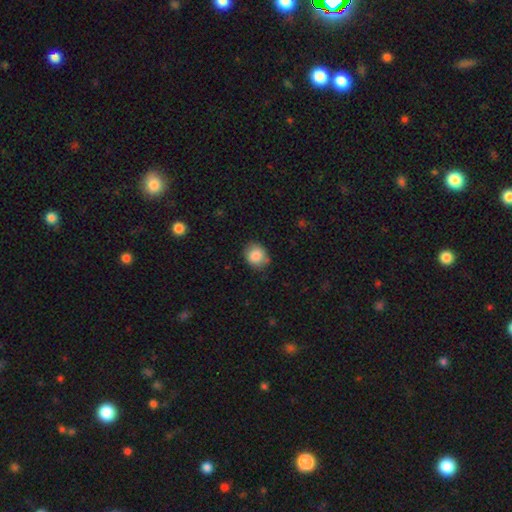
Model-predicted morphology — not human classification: smooth 87%, star or artifact 8%, featured or disk 5%. Down the decision tree: how rounded — round (74%); merging — none (80%).